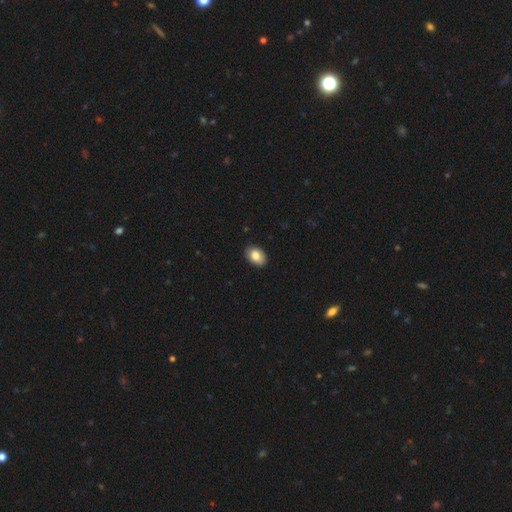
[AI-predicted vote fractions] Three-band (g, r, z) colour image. It shows a smooth galaxy with no disk features (83%) that is in between round and cigar-shaped (85%). Merging: none (89%).